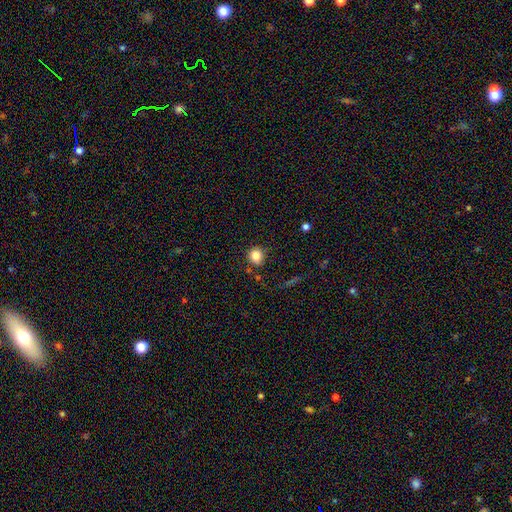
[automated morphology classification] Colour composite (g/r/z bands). It shows a smooth galaxy with no disk features (82%) that is round (84%). Merging: none (80%).